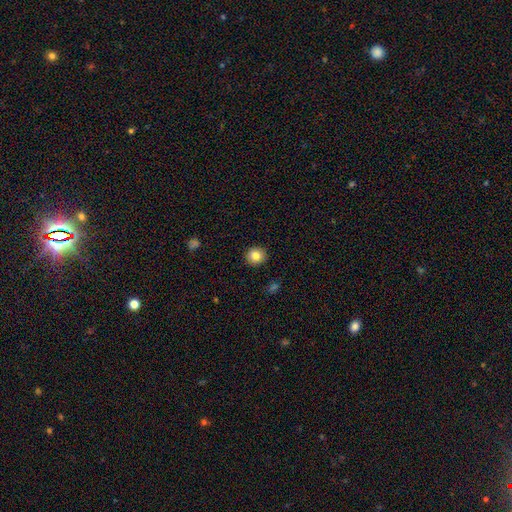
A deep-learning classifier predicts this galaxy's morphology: This appears to be a smooth galaxy with no disk features (83%) that is round (89%). Merging: none (92%).